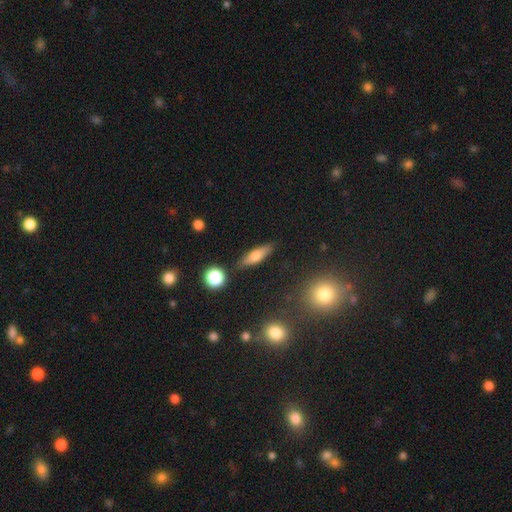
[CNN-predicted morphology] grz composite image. It shows a smooth galaxy with no disk features (61%) that is cigar-shaped (55%). Merging: none (84%).